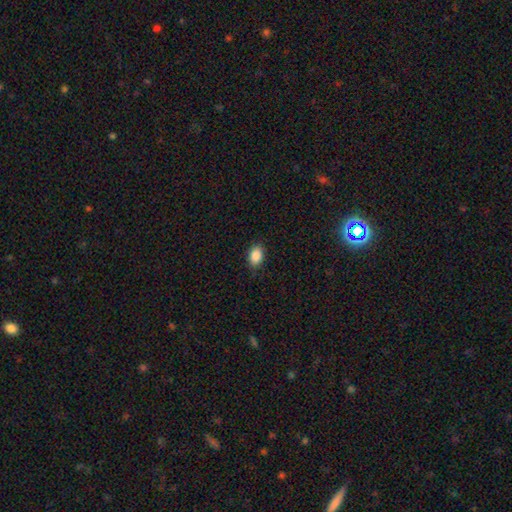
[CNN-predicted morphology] smooth 88%, star or artifact 8%, featured or disk 4%. Down the decision tree: how rounded — in between (82%); merging — none (88%).